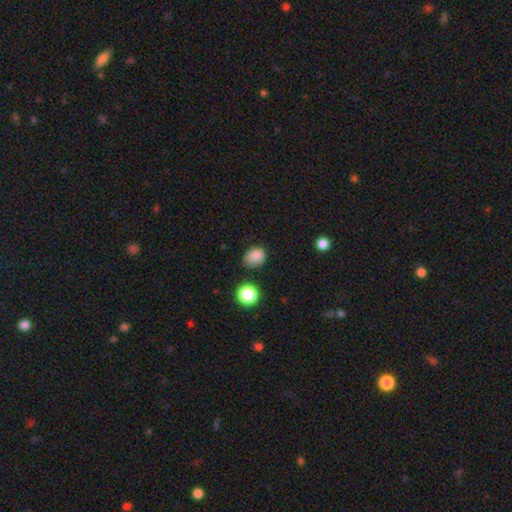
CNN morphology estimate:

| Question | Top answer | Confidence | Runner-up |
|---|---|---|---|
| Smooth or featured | smooth | 84% | star or artifact (12%) |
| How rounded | in between | 53% | round (46%) |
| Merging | none | 60% | minor disturbance (29%) |